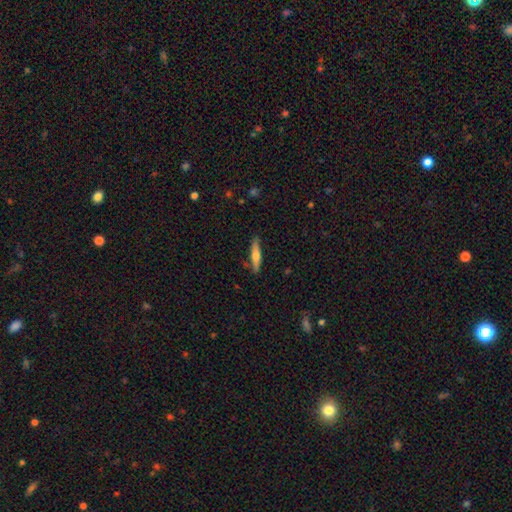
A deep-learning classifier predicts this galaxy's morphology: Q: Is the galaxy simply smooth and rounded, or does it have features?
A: smooth — 57%.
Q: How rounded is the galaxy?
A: cigar-shaped — 84%.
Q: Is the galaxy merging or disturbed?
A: none — 85%.